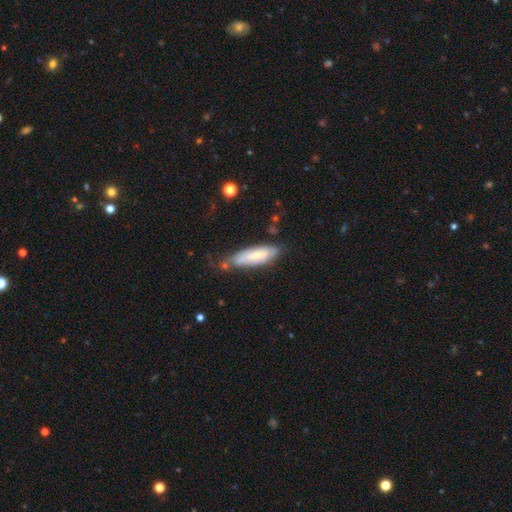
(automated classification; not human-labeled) A smooth galaxy with no disk features (65%) that is cigar-shaped (54%).

Vote fractions:
- Smooth or featured? smooth: 65% / featured or disk: 29% / star or artifact: 6%
- How rounded? cigar-shaped: 54% / in between: 44% / round: 1%
- Merging? none: 55% / minor disturbance: 30% / major disturbance: 9% / merger: 6%